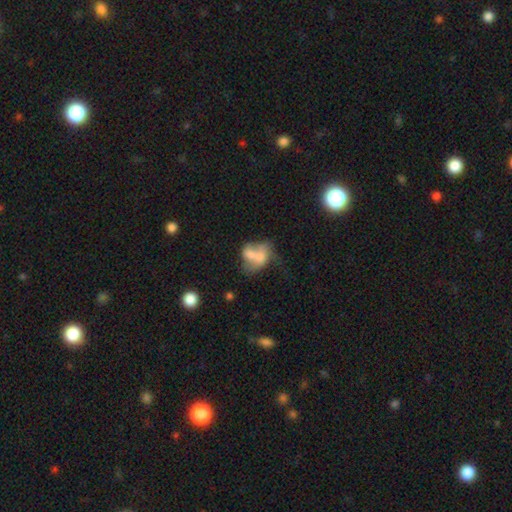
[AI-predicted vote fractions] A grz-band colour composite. It shows a smooth galaxy with no disk features (55%) that is in between round and cigar-shaped (71%). Merging: merger (55%).